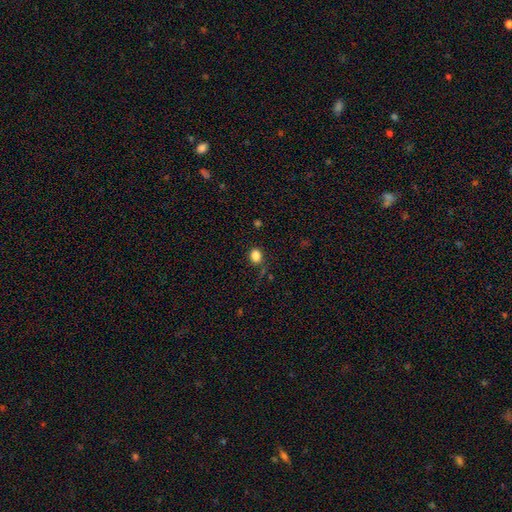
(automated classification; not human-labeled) Smooth or featured: smooth — 84% (star or artifact — 11%)
How rounded: round — 53% (in between — 46%)
Merging: none — 80% (minor disturbance — 13%)